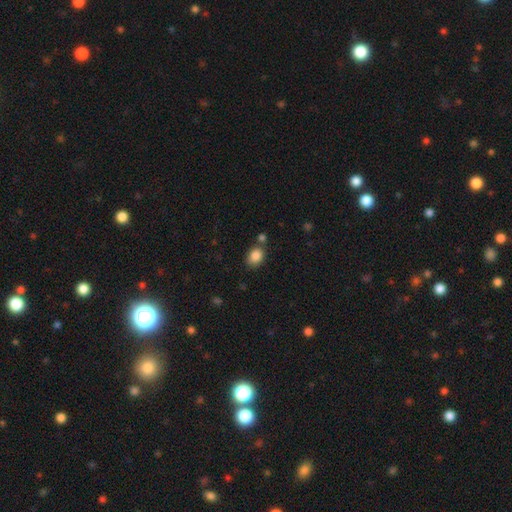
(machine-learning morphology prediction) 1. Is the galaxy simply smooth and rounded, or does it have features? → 86% smooth, 9% star or artifact, 5% featured or disk.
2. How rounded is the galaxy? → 62% in between, 37% round, 1% cigar-shaped.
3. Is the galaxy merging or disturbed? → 69% none, 14% minor disturbance, 13% merger, 4% major disturbance.